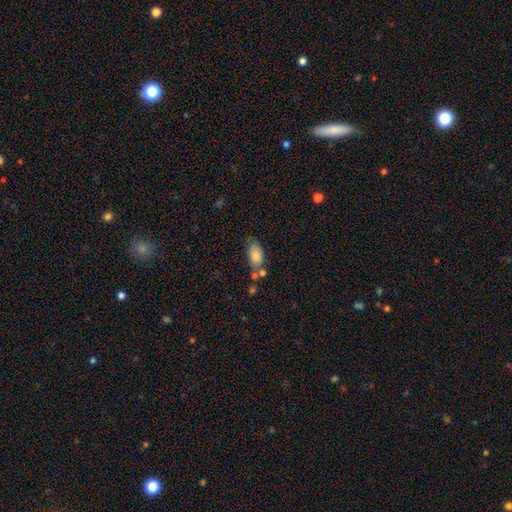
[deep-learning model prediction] A smooth galaxy with no disk features (81%) that is in between round and cigar-shaped (91%).

Vote fractions:
- Smooth or featured? smooth: 81% / featured or disk: 11% / star or artifact: 8%
- How rounded? in between: 91% / round: 5% / cigar-shaped: 4%
- Merging? none: 53% / minor disturbance: 21% / merger: 19% / major disturbance: 6%